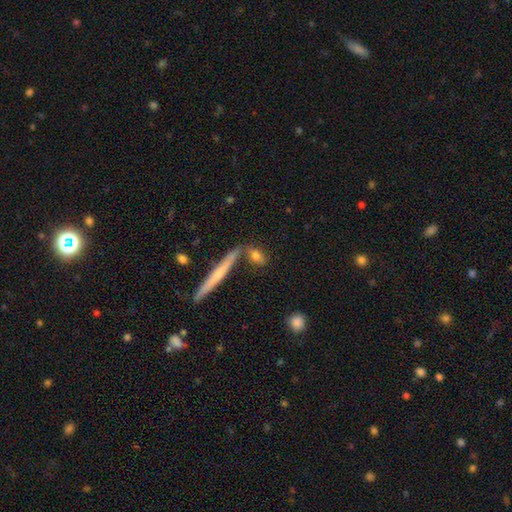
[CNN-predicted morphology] Overall: smooth (71%). How rounded: in between (55%; cigar-shaped 34%). Merging: none (60%; merger 21%).